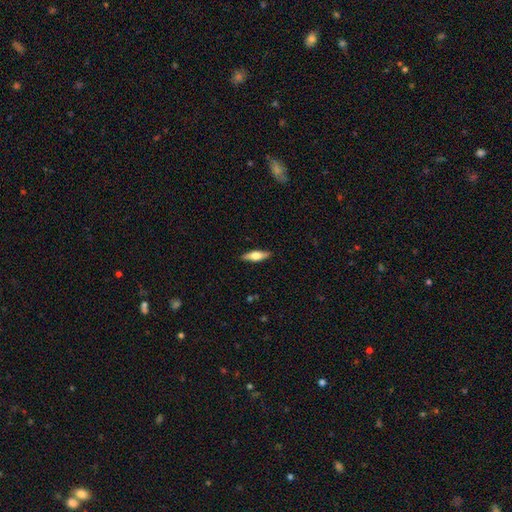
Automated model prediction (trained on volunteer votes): This appears to be a smooth galaxy with no disk features (55%) that is cigar-shaped (50%). Merging: none (88%).